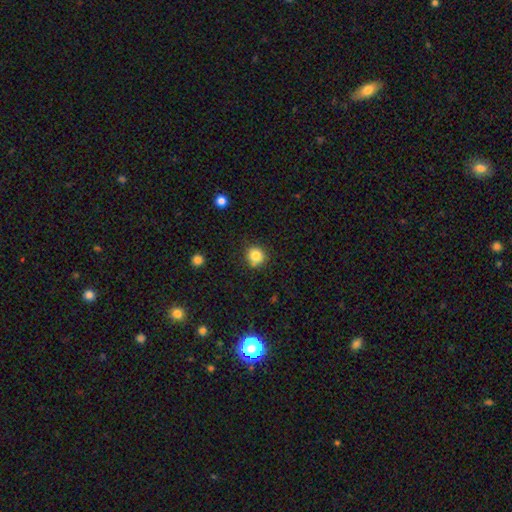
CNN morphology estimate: type=smooth (83%); roundness=round (90%); merging=none (81%).